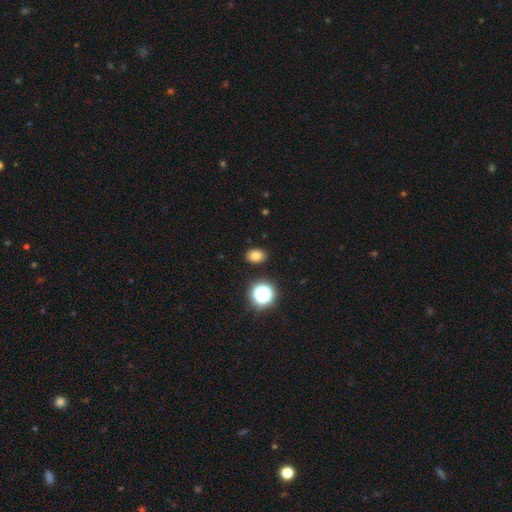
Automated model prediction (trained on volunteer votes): Smooth or featured? Predicted: smooth (p=0.79). How rounded? Predicted: in between (p=0.69). Merging? Predicted: none (p=0.89).